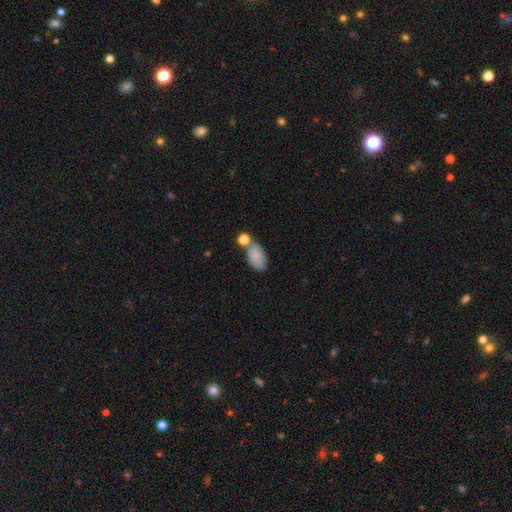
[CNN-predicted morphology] Smooth or featured: smooth — 84% (featured or disk — 8%)
How rounded: in between — 93% (round — 5%)
Merging: none — 54% (merger — 24%)